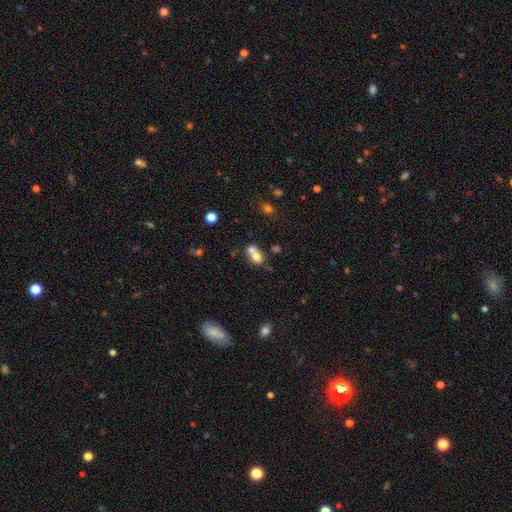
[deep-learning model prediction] This appears to be a smooth galaxy with no disk features (71%) that is round (57%). Merging: merger (63%).